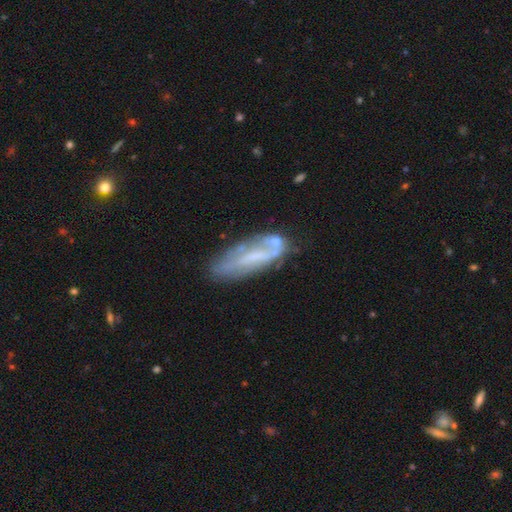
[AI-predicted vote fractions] A featured or disk galaxy (57%).

Vote fractions:
- Smooth or featured? featured or disk: 57% / smooth: 35% / star or artifact: 9%
- Edge-on disk? no: 78% / yes: 22%
- Merging? none: 53% / minor disturbance: 24% / major disturbance: 14% / merger: 9%